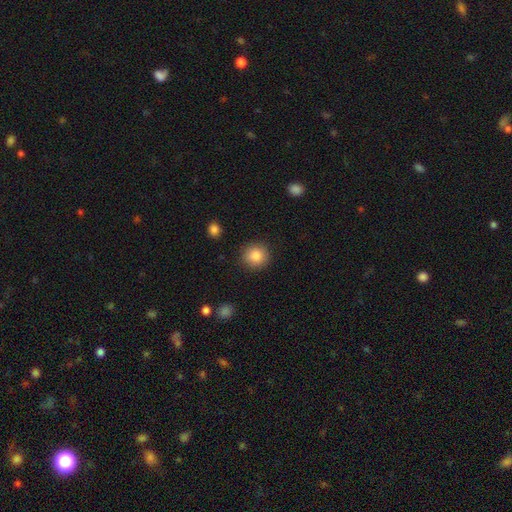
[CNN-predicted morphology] The model was most divided on "smooth or featured": smooth: 85%, star or artifact: 9%, featured or disk: 6%. More confident: how rounded — round (91%); merging — none (90%).